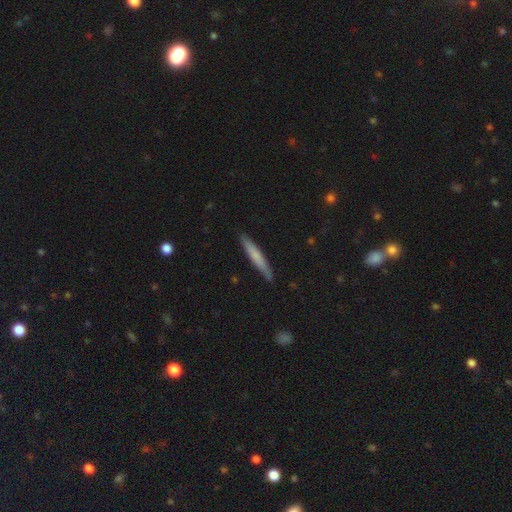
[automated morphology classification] type=smooth (67%); roundness=cigar-shaped (95%); merging=none (87%).